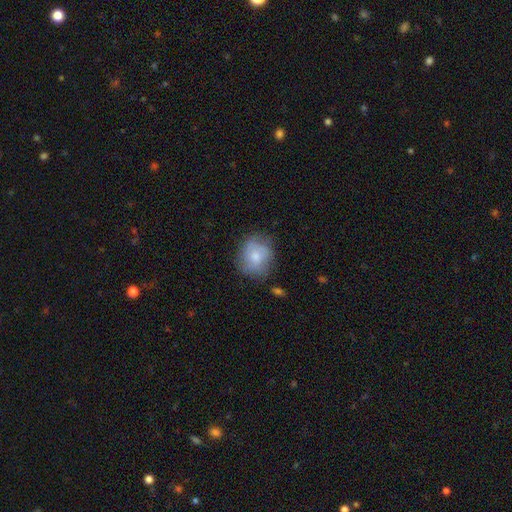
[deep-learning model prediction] Smooth or featured? smooth (57%)
How rounded? round (66%)
Merging? none (65%)